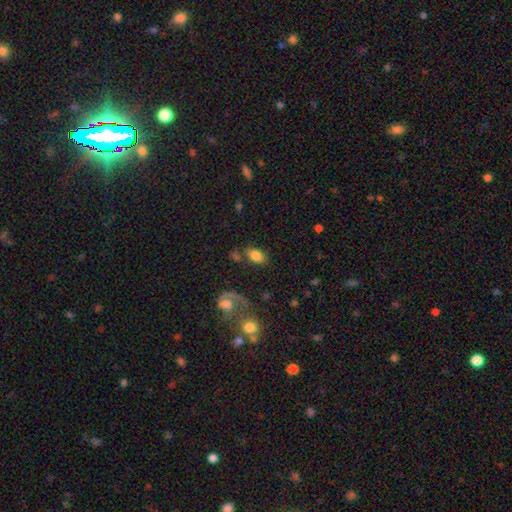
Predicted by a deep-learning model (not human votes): Smooth or featured? Predicted: smooth (p=0.78). How rounded? Predicted: in between (p=0.88). Merging? Predicted: none (p=0.66).